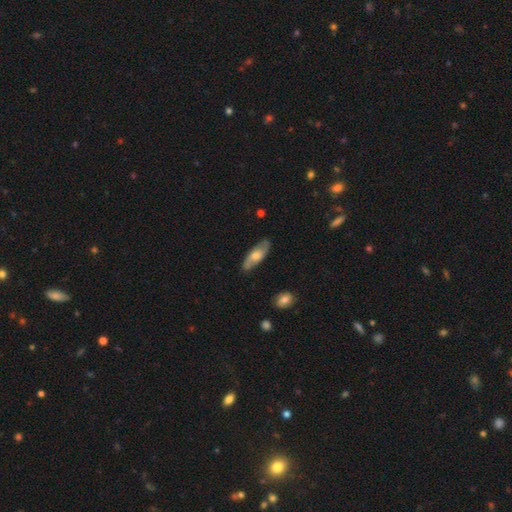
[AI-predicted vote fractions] Smooth or featured? Predicted: smooth (p=0.48). Merging? Predicted: none (p=0.82).